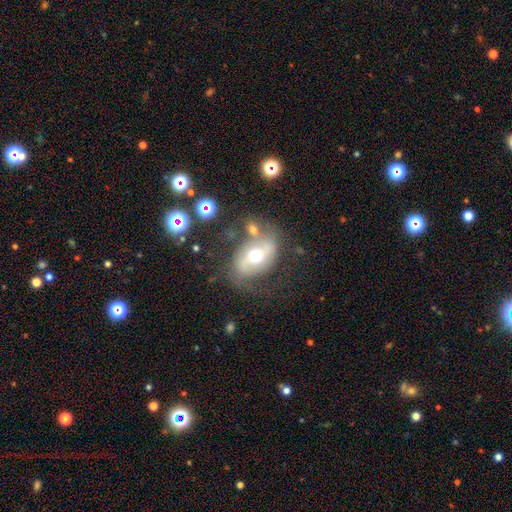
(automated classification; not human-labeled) Smooth or featured? Predicted: featured or disk (p=0.55). Edge-on disk? Predicted: no (p=0.92). Bar? Predicted: no (p=0.41). Spiral arms? Predicted: yes (p=0.56). Bulge size? Predicted: moderate (p=0.74). Merging? Predicted: none (p=0.57).